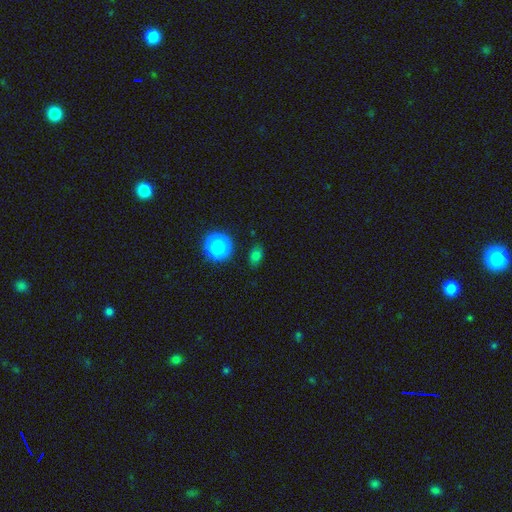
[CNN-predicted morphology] type=smooth (72%); roundness=in between (66%); merging=none (81%).